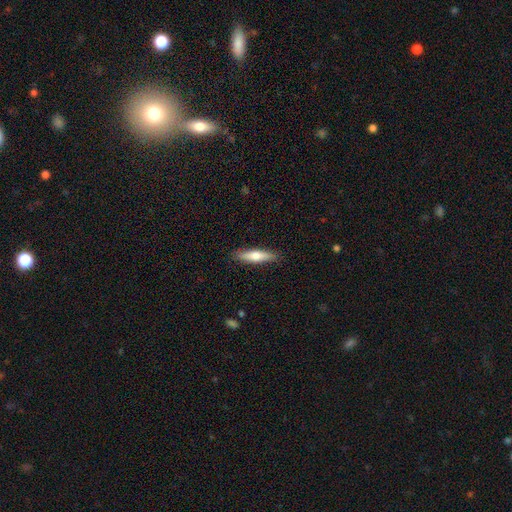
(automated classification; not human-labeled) smooth-or-featured: smooth: 65% | featured or disk: 29% | star or artifact: 5%
  how-rounded: cigar-shaped: 77% | in between: 22% | round: 2%
  merging: none: 88% | minor disturbance: 9% | major disturbance: 2% | merger: 1%